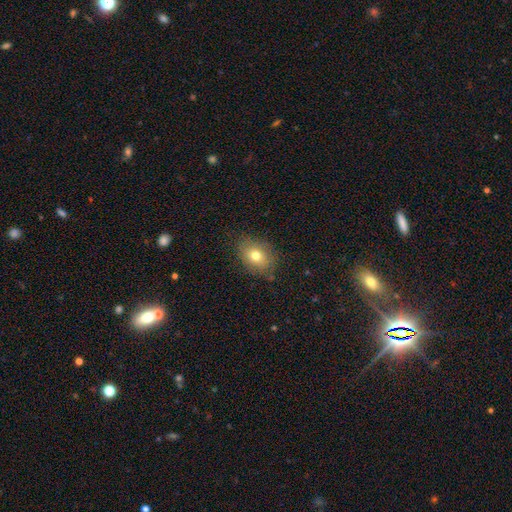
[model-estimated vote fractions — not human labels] This appears to be a smooth galaxy with no disk features (75%) that is in between round and cigar-shaped (66%). Merging: none (81%).